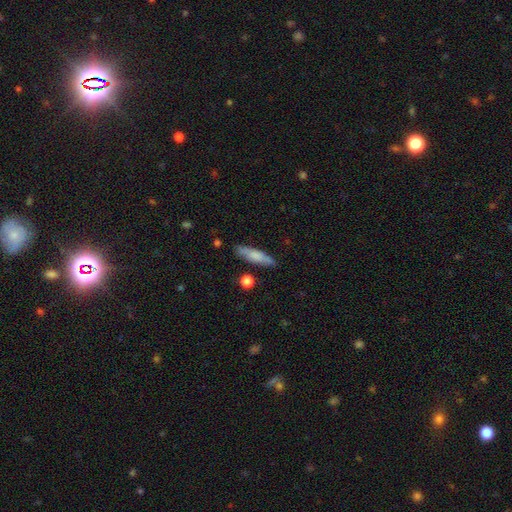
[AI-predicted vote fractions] A smooth galaxy with no disk features (70%) that is cigar-shaped (75%).

Vote fractions:
- Smooth or featured? smooth: 70% / featured or disk: 24% / star or artifact: 7%
- How rounded? cigar-shaped: 75% / in between: 23% / round: 2%
- Merging? none: 81% / minor disturbance: 13% / merger: 3% / major disturbance: 3%